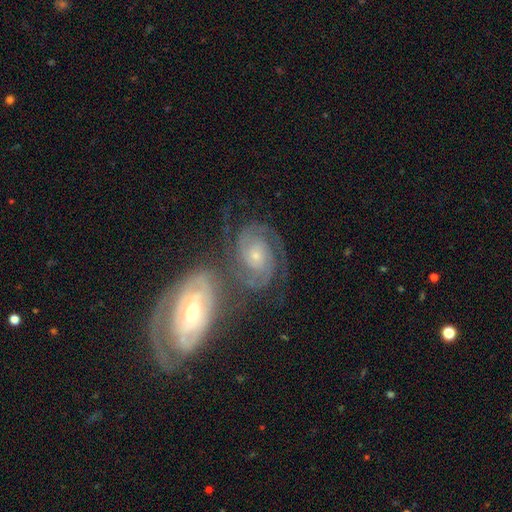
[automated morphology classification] Smooth or featured?
  - featured or disk: 87% *
  - smooth: 7%
  - star or artifact: 6%
Edge-on disk?
  - no: 97% *
  - yes: 3%
Bar?
  - no: 68% *
  - weak: 25%
  - strong: 7%
Spiral arms?
  - yes: 97% *
  - no: 3%
Spiral winding?
  - tight: 65% *
  - medium: 30%
  - loose: 5%
Spiral arm count?
  - 2: 68% *
  - 3: 12%
  - can't tell: 11%
  - 4: 3%
  - 1: 3%
  - more than 4: 3%
Bulge size?
  - small: 60% *
  - moderate: 34%
  - large: 2%
  - none: 2%
  - dominant: 1%
Merging?
  - none: 49% *
  - merger: 31%
  - minor disturbance: 13%
  - major disturbance: 7%